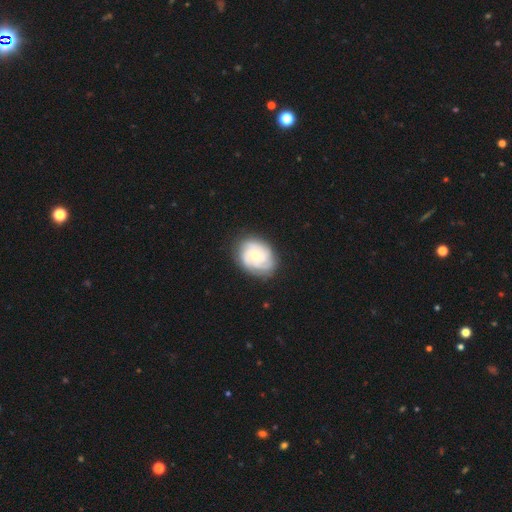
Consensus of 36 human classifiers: Q: Smooth or featured?
A: featured or disk (75%); runner-up: smooth (25%)
Q: Edge-on disk?
A: no (100%)
Q: Bar?
A: no (67%); runner-up: weak (26%)
Q: Spiral arms?
A: yes (93%); runner-up: no (7%)
Q: Spiral winding?
A: tight (64%); runner-up: medium (36%)
Q: Spiral arm count?
A: 4 (44%); runner-up: can't tell (28%)
Q: Bulge size?
A: moderate (48%); runner-up: small (41%)
Q: Merging?
A: none (89%); runner-up: minor disturbance (11%)